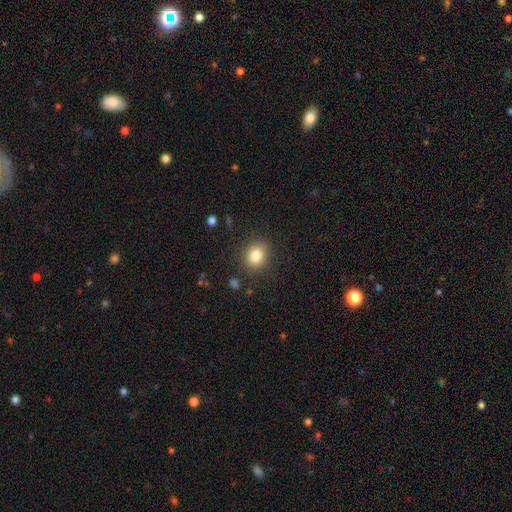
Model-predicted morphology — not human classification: The model was most divided on "how rounded": round: 65%, in between: 34%, cigar-shaped: 1%. More confident: merging — none (86%); smooth or featured — smooth (82%).